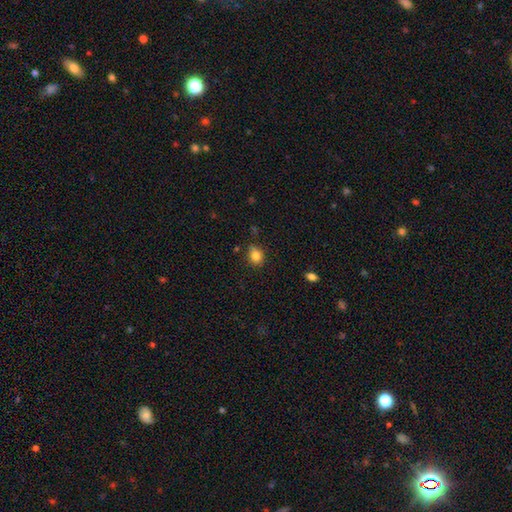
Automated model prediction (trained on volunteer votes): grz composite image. It shows a smooth galaxy with no disk features (82%) that is in between round and cigar-shaped (50%). Merging: none (70%).